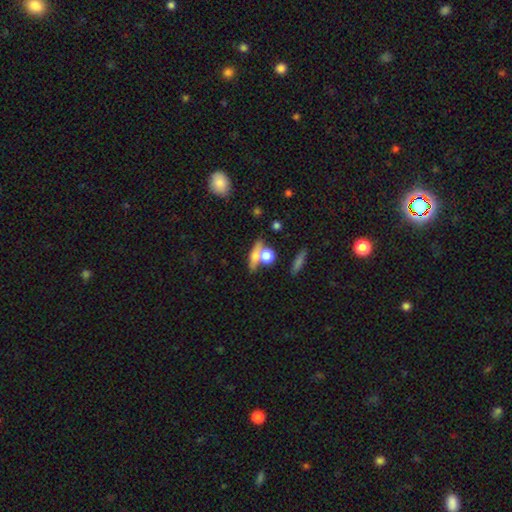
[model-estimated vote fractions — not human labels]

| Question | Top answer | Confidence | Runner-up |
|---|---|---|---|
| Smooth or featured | smooth | 58% | featured or disk (31%) |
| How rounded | in between | 36% | cigar-shaped (34%) |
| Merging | none | 48% | merger (36%) |